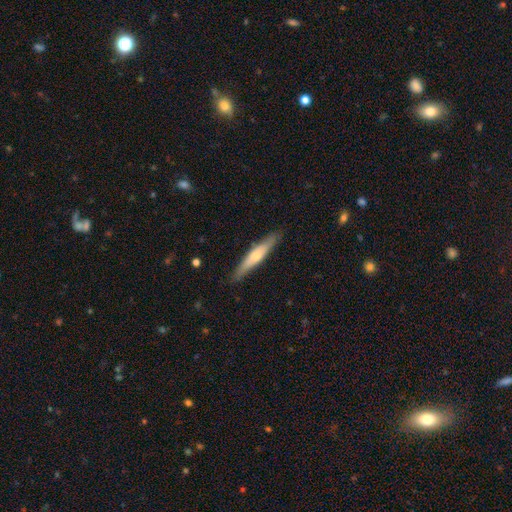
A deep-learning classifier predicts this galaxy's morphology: The model was most divided on "smooth or featured": smooth: 50%, featured or disk: 45%, star or artifact: 5%. More confident: merging — none (88%).